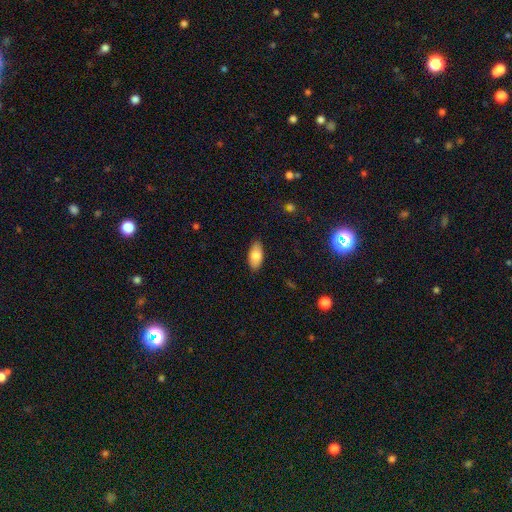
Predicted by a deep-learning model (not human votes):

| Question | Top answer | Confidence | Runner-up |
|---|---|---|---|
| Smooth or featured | smooth | 82% | featured or disk (11%) |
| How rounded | in between | 92% | cigar-shaped (5%) |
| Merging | none | 87% | minor disturbance (10%) |